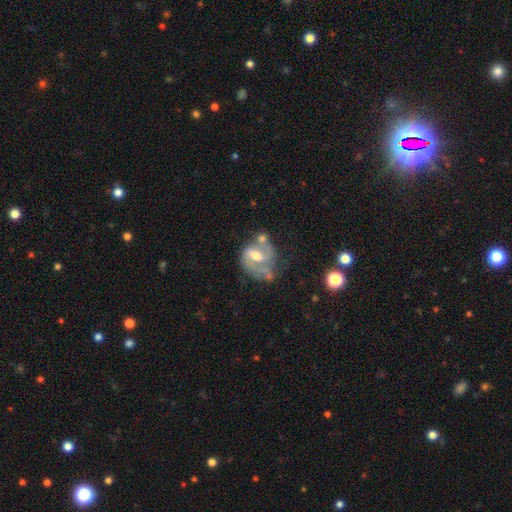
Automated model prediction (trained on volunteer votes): This appears to be a featured or disk galaxy (72%) with a weak bar (52%), 2 (60%) medium (47%) spiral arms (79%) and a moderate central bulge (64%). Merging: none (34%).